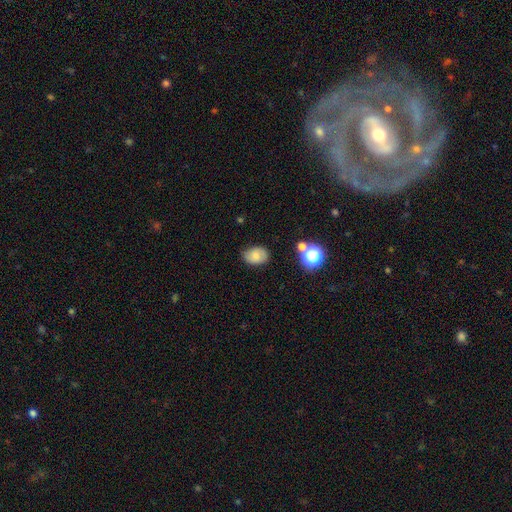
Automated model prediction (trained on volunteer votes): Morphology: type=smooth (68%); roundness=in between (75%); merging=none (77%).